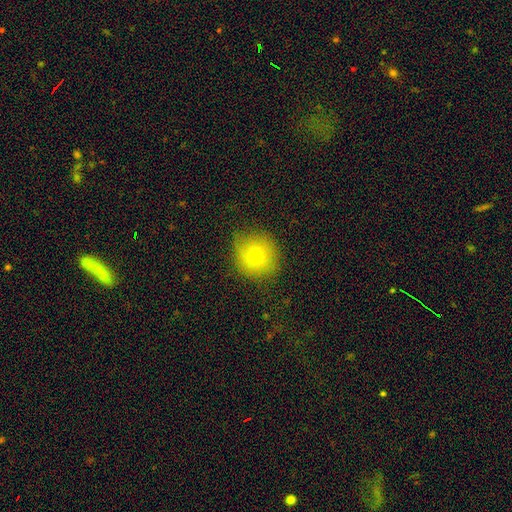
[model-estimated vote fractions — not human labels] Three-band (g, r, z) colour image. It shows a smooth galaxy with no disk features (70%) that is round (89%). Merging: none (77%).